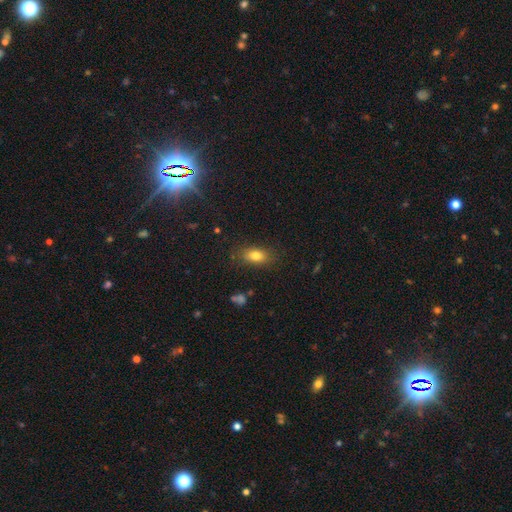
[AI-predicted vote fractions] The model was most divided on "merging": none: 83%, minor disturbance: 12%, major disturbance: 4%, merger: 1%. More confident: how rounded — in between (84%); smooth or featured — smooth (81%).